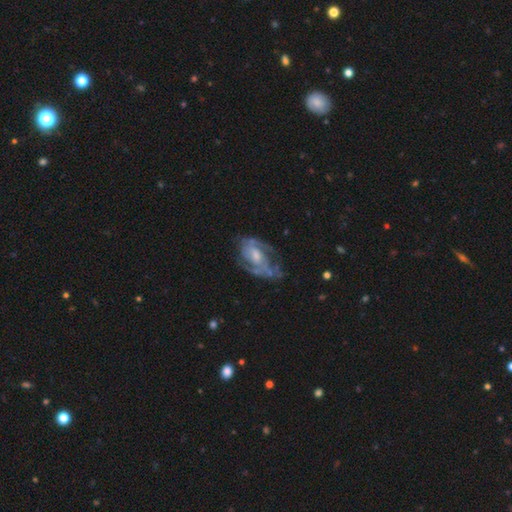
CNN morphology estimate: Overall: featured or disk (81%). Edge-on disk: no (96%). Bar: no (52%; weak 38%). Spiral arms: yes (86%). Spiral arm count: 2 (51%; can't tell 25%). Spiral winding: medium (45%; tight 40%). Bulge size: moderate (47%; small 36%). Merging: none (53%; minor disturbance 24%).